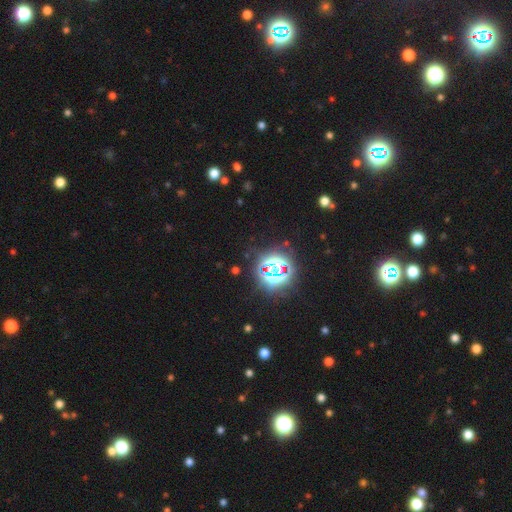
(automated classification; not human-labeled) A star or artifact, not a galaxy (81%).